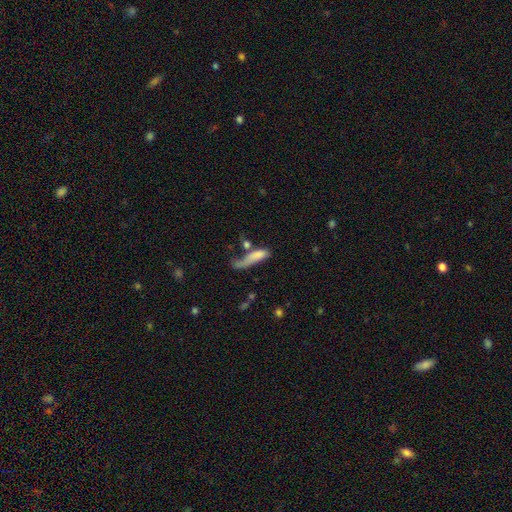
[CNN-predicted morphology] Smooth or featured?
  - smooth: 70% *
  - featured or disk: 21%
  - star or artifact: 9%
How rounded?
  - cigar-shaped: 60% *
  - in between: 37%
  - round: 4%
Merging?
  - major disturbance: 32% *
  - merger: 26%
  - none: 25%
  - minor disturbance: 17%